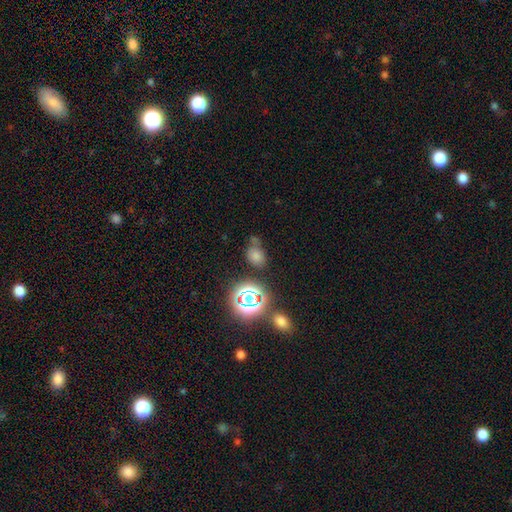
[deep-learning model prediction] Smooth or featured?
  - smooth: 49% *
  - star or artifact: 41%
  - featured or disk: 10%
Merging?
  - none: 61% *
  - minor disturbance: 18%
  - merger: 13%
  - major disturbance: 8%